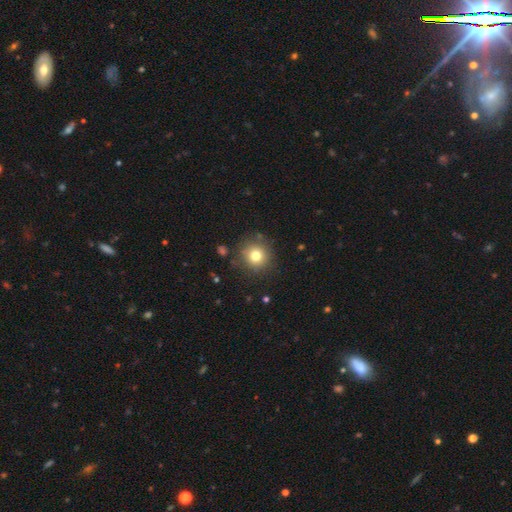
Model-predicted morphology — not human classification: This is likely a smooth galaxy (77%). How rounded: clearly round (94%). Merging: clearly none (86%).